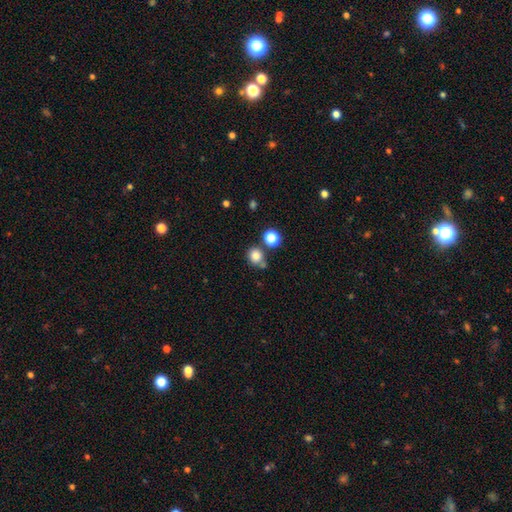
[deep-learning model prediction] This is clearly a smooth galaxy (82%). How rounded: clearly round (86%). Merging: likely none (68%).